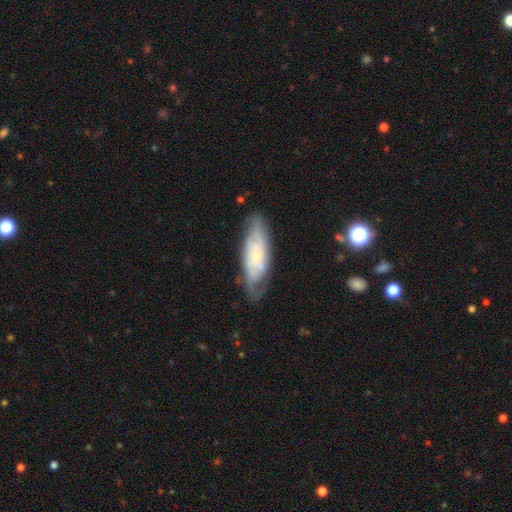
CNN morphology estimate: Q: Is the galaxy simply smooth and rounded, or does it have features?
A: featured or disk — 59%.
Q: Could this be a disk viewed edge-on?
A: no — 81%.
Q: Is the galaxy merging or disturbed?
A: none — 69%.